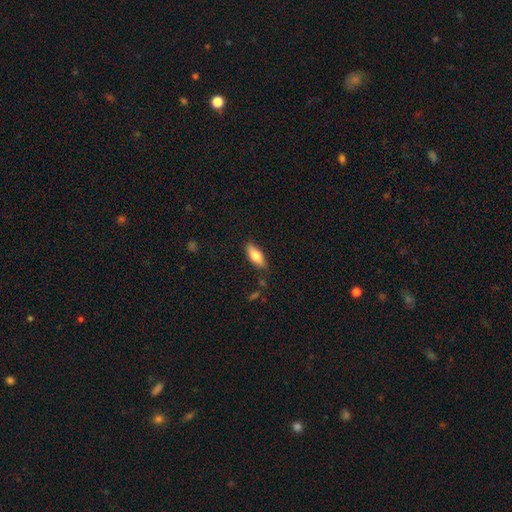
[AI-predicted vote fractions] Overall: smooth (74%). How rounded: in between (75%). Merging: none (83%).